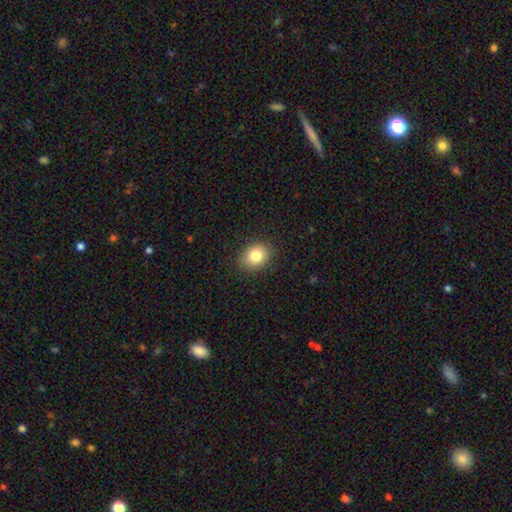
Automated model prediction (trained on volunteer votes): This is clearly a smooth galaxy (82%). How rounded: possibly in between (55%). Merging: clearly none (88%).